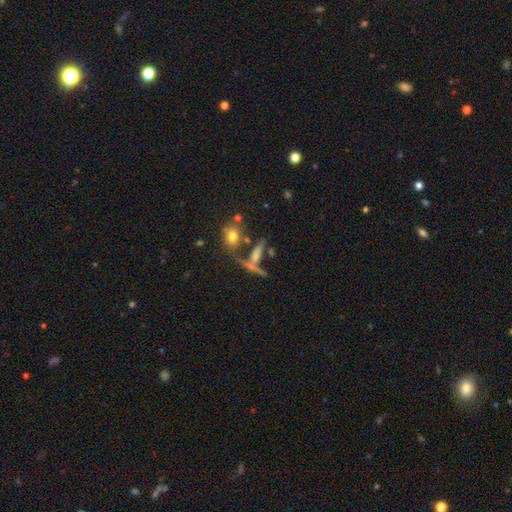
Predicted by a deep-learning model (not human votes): Q: Smooth or featured?
A: featured or disk (47%); runner-up: smooth (34%)
Q: Merging?
A: none (49%); runner-up: merger (27%)